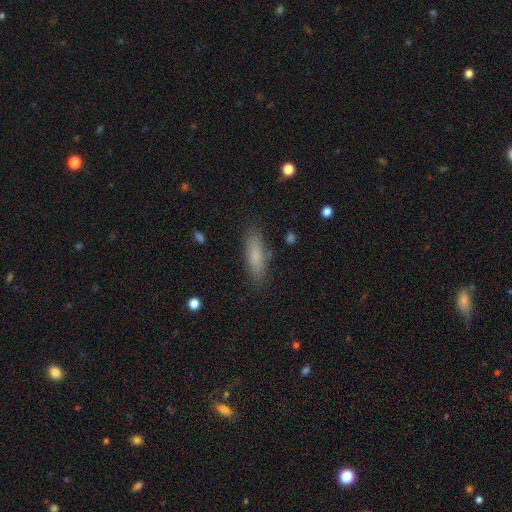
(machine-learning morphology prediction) A smooth galaxy with no disk features (78%) that is cigar-shaped (53%). Merging: none (83%).